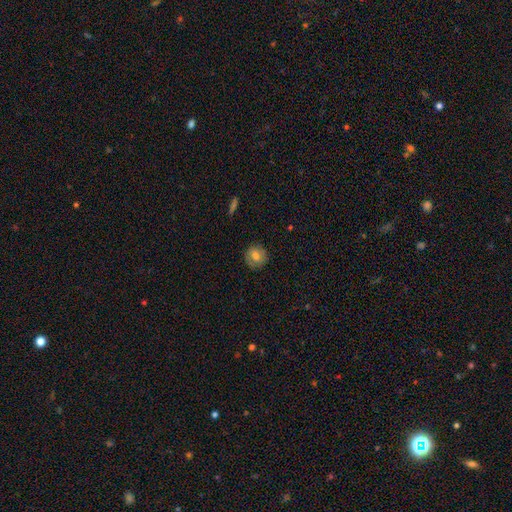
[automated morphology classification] Smooth or featured? Predicted: smooth (p=0.71). How rounded? Predicted: round (p=0.87). Merging? Predicted: none (p=0.85).